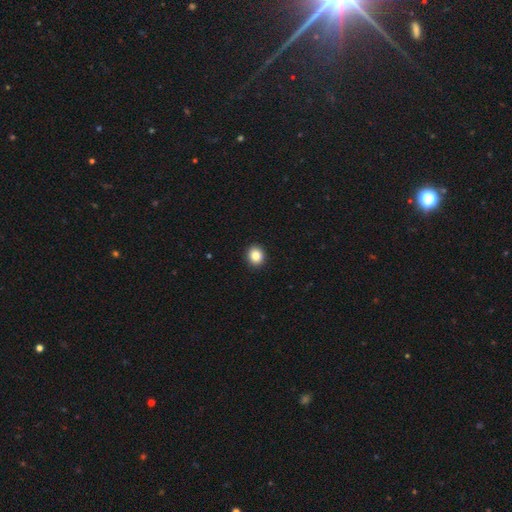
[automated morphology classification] Q: Smooth or featured?
A: smooth (85%); runner-up: star or artifact (10%)
Q: How rounded?
A: round (78%); runner-up: in between (21%)
Q: Merging?
A: none (93%); runner-up: minor disturbance (5%)